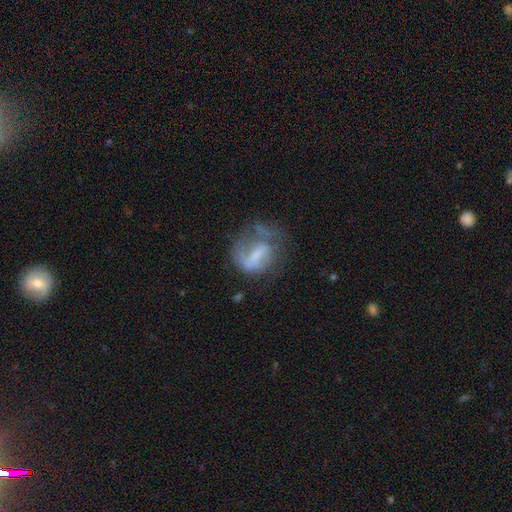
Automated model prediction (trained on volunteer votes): Smooth or featured? Predicted: featured or disk (p=0.57). Edge-on disk? Predicted: no (p=0.96). Bar? Predicted: weak (p=0.43). Spiral arms? Predicted: yes (p=0.55). Bulge size? Predicted: none (p=0.34). Merging? Predicted: none (p=0.37).